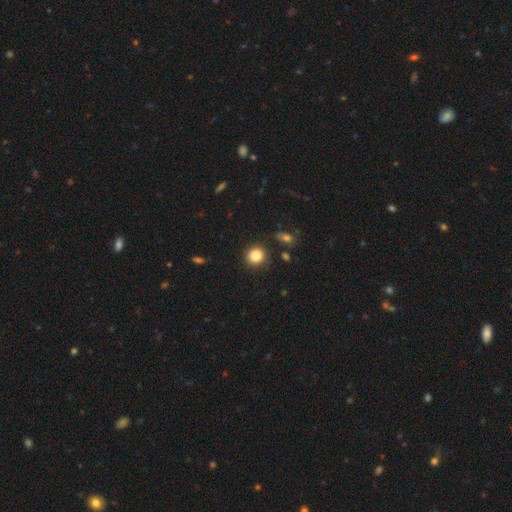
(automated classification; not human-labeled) A smooth galaxy with no disk features (87%) that is round (87%).

Vote fractions:
- Smooth or featured? smooth: 87% / star or artifact: 10% / featured or disk: 3%
- How rounded? round: 87% / in between: 12% / cigar-shaped: 1%
- Merging? none: 86% / minor disturbance: 9% / major disturbance: 3% / merger: 2%